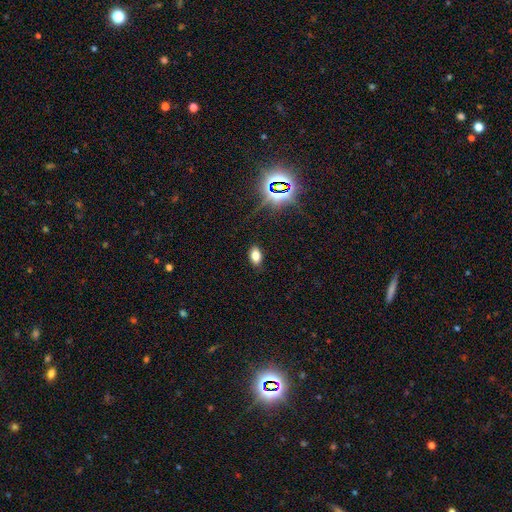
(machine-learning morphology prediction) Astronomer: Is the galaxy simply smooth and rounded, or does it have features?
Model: smooth — 75%.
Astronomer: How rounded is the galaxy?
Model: in between — 90%.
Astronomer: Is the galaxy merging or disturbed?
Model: none — 86%.